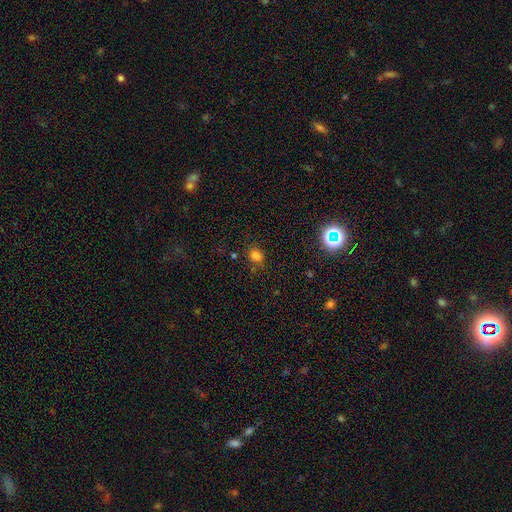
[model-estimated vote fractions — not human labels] The model was most divided on "how rounded": round: 55%, in between: 44%, cigar-shaped: 1%. More confident: smooth or featured — smooth (75%); merging — none (74%).